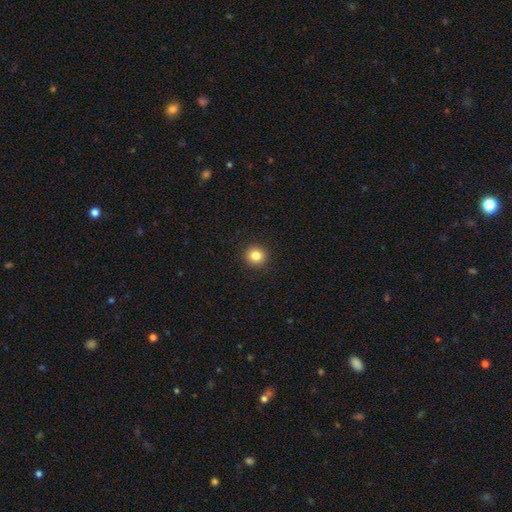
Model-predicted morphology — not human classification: smooth-or-featured: smooth: 84% | star or artifact: 11% | featured or disk: 5%
  how-rounded: round: 90% | in between: 9% | cigar-shaped: 1%
  merging: none: 93% | minor disturbance: 5% | major disturbance: 2% | merger: 1%